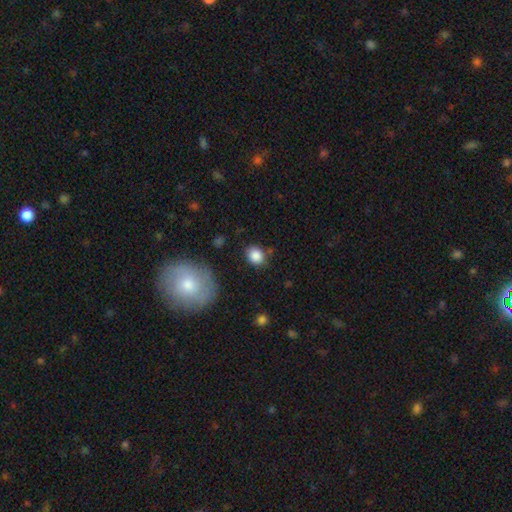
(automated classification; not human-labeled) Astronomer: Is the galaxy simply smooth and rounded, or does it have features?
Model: smooth — 87%.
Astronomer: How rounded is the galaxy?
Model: round — 60% (runner-up: in between, 39%).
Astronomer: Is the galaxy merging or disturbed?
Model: none — 79%.